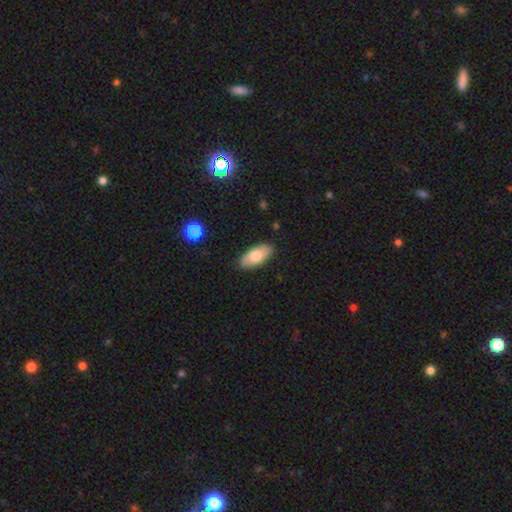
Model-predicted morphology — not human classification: Smooth or featured? Predicted: smooth (p=0.75). How rounded? Predicted: in between (p=0.89). Merging? Predicted: none (p=0.86).